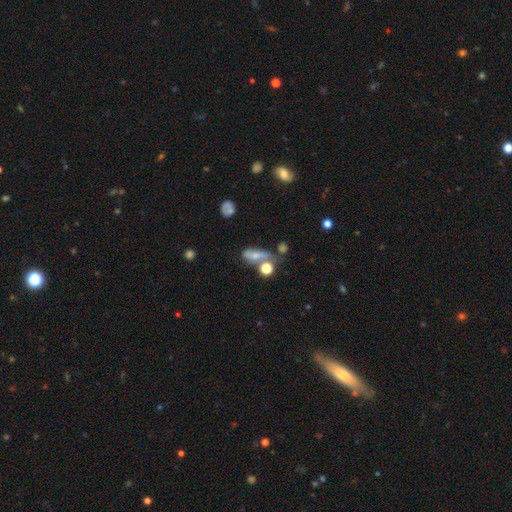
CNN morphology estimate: Smooth or featured: smooth — 45% (featured or disk — 40%)
Merging: none — 38% (merger — 25%)